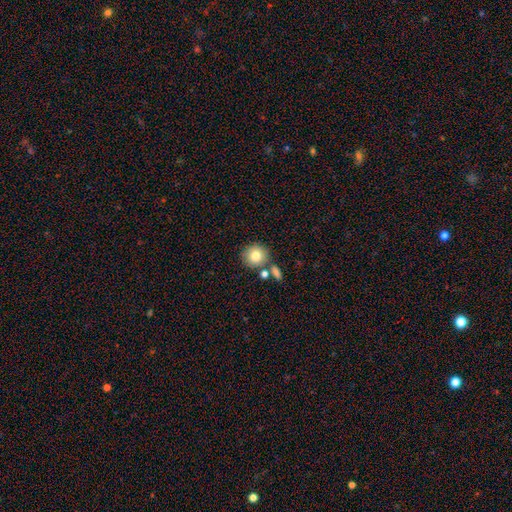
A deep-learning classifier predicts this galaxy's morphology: This is clearly a smooth galaxy (81%). How rounded: clearly round (90%). Merging: likely none (72%).